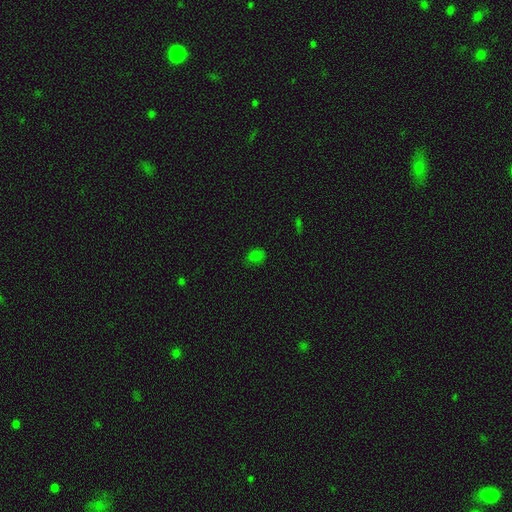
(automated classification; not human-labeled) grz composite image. It shows a smooth galaxy with no disk features (75%) that is round (54%). Merging: none (78%).